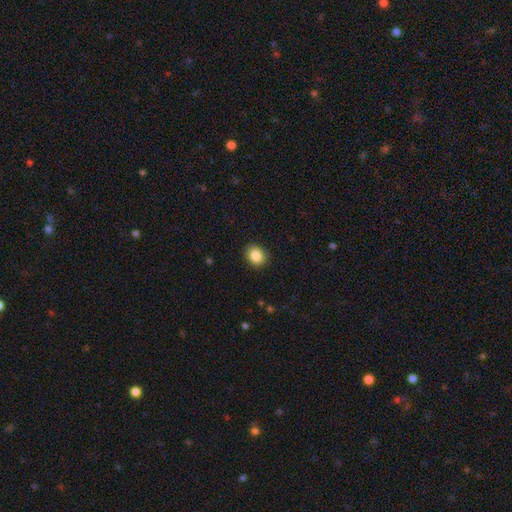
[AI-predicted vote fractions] This is clearly a smooth galaxy (87%). How rounded: likely round (62%). Merging: clearly none (89%).